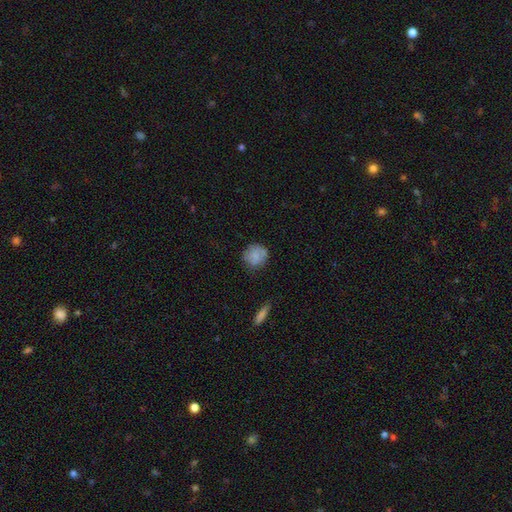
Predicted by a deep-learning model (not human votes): Smooth or featured: smooth — 74% (featured or disk — 17%)
How rounded: round — 85% (in between — 14%)
Merging: none — 69% (minor disturbance — 21%)